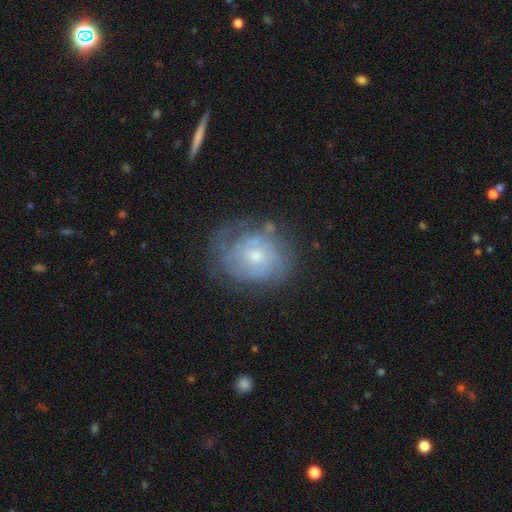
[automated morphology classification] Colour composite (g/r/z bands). It shows a featured or disk galaxy (69%) with no bar (74%), tight (66%) spiral arms (82%) and a small central bulge (55%). Merging: none (63%).